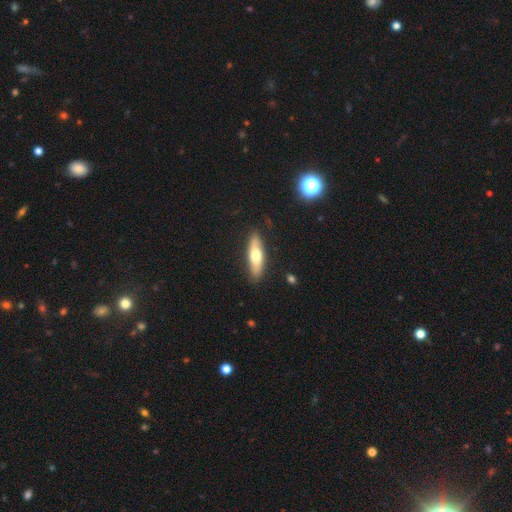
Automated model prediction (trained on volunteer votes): Smooth or featured? Predicted: smooth (p=0.61). How rounded? Predicted: cigar-shaped (p=0.55). Merging? Predicted: none (p=0.85).